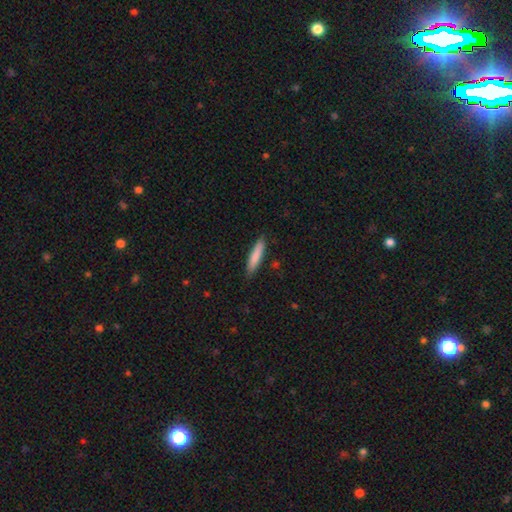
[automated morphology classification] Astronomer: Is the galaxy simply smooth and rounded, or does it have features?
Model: smooth — 82%.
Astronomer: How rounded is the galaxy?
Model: cigar-shaped — 87%.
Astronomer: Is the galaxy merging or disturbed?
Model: none — 86%.